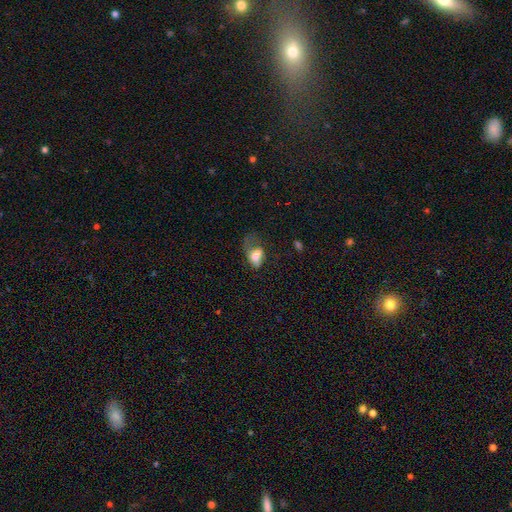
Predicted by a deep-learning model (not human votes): Smooth or featured?
  - smooth: 61% *
  - featured or disk: 27%
  - star or artifact: 12%
How rounded?
  - in between: 86% *
  - round: 11%
  - cigar-shaped: 3%
Merging?
  - major disturbance: 59% *
  - minor disturbance: 19%
  - none: 17%
  - merger: 6%